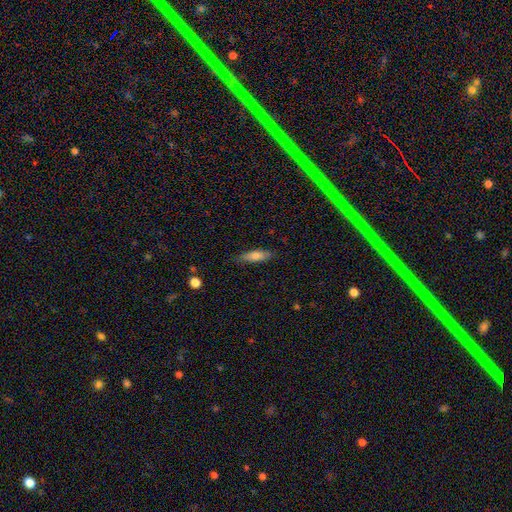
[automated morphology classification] type=smooth (76%); roundness=cigar-shaped (62%); merging=none (81%).